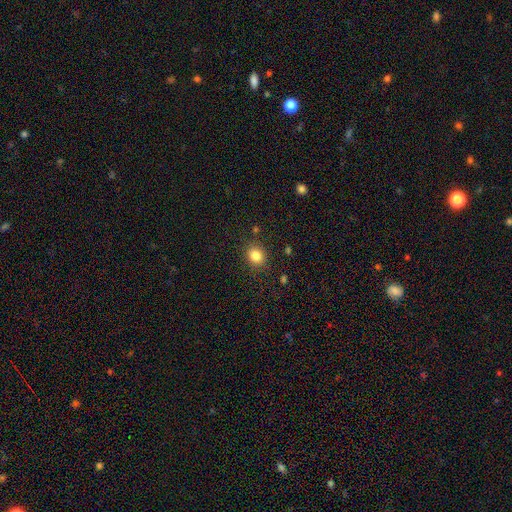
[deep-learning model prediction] smooth_or_featured: smooth (p=0.83) [alt: star or artifact p=0.11]
how_rounded: round (p=0.70) [alt: in between p=0.29]
merging: none (p=0.87) [alt: minor disturbance p=0.09]